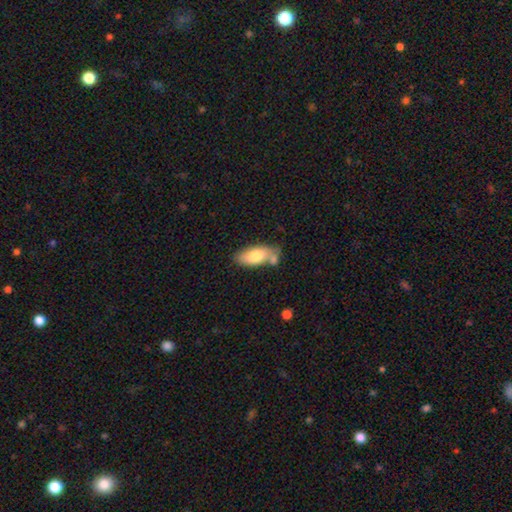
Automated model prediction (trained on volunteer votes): smooth_or_featured: smooth (p=0.74) [alt: featured or disk p=0.20]
how_rounded: in between (p=0.87) [alt: cigar-shaped p=0.10]
merging: none (p=0.55) [alt: merger p=0.22]